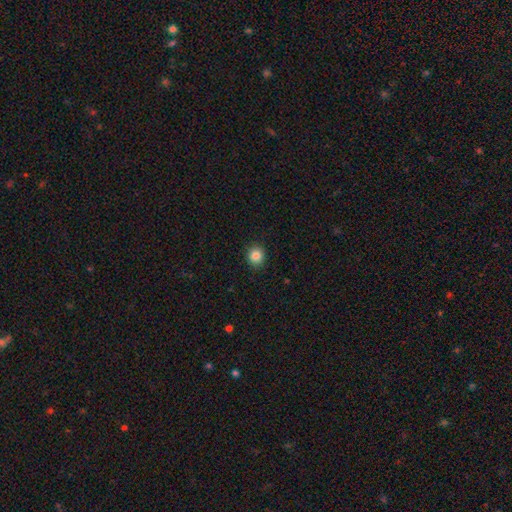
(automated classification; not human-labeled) This appears to be a smooth galaxy with no disk features (85%) that is round (82%). Merging: none (90%).